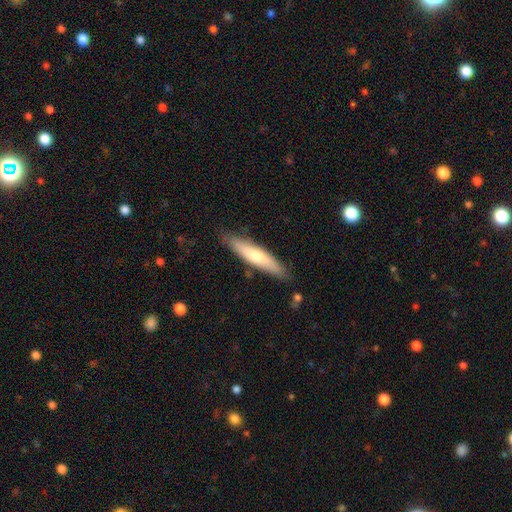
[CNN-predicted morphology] A smooth galaxy with no disk features (63%) that is cigar-shaped (82%).

Vote fractions:
- Smooth or featured? smooth: 63% / featured or disk: 31% / star or artifact: 5%
- How rounded? cigar-shaped: 82% / in between: 17% / round: 1%
- Merging? none: 83% / minor disturbance: 13% / major disturbance: 2% / merger: 2%